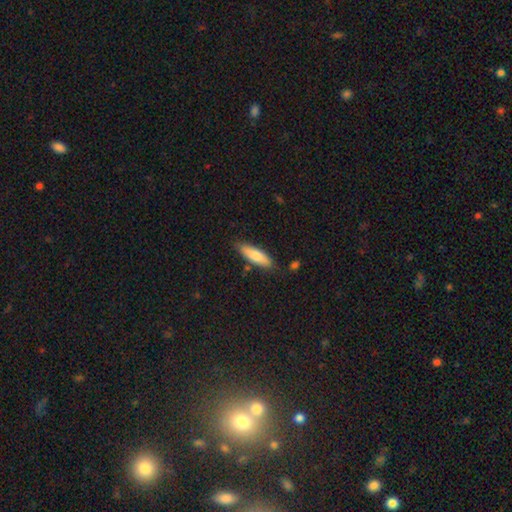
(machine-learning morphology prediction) smooth-or-featured: smooth: 72% | featured or disk: 22% | star or artifact: 6%
  how-rounded: cigar-shaped: 52% | in between: 47% | round: 2%
  merging: none: 81% | minor disturbance: 14% | merger: 3% | major disturbance: 2%